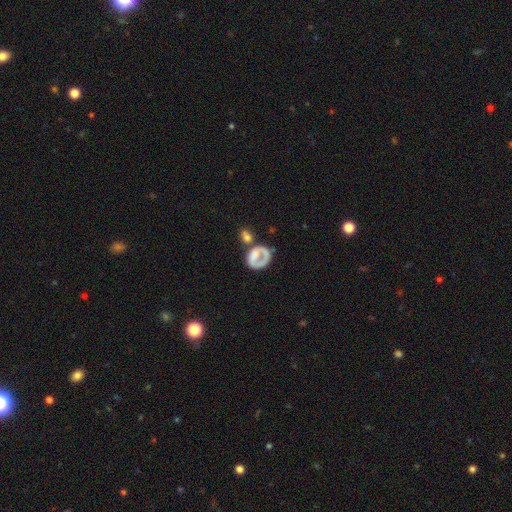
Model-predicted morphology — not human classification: This appears to be a smooth galaxy with no disk features (50%) that is round (50%). Merging: none (41%).